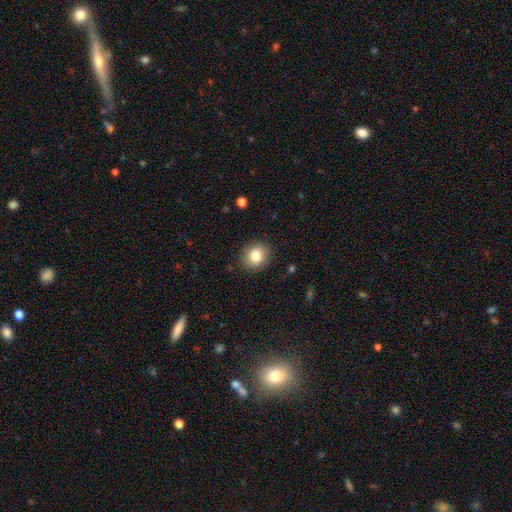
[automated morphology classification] A smooth galaxy with no disk features (83%) that is round (69%).

Vote fractions:
- Smooth or featured? smooth: 83% / star or artifact: 9% / featured or disk: 8%
- How rounded? round: 69% / in between: 30% / cigar-shaped: 1%
- Merging? none: 89% / minor disturbance: 8% / major disturbance: 2% / merger: 1%